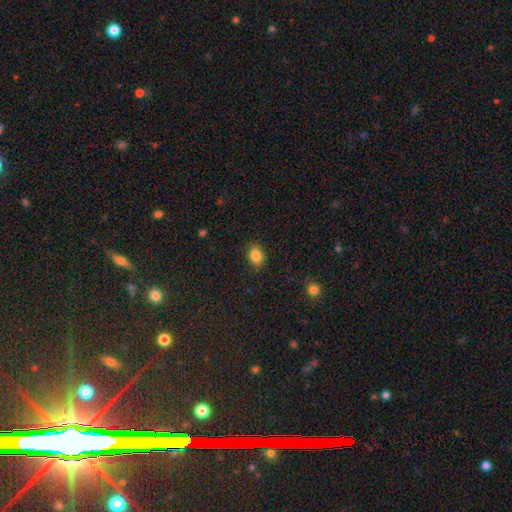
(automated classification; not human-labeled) Smooth or featured? smooth (85%)
How rounded? in between (64%)
Merging? none (84%)